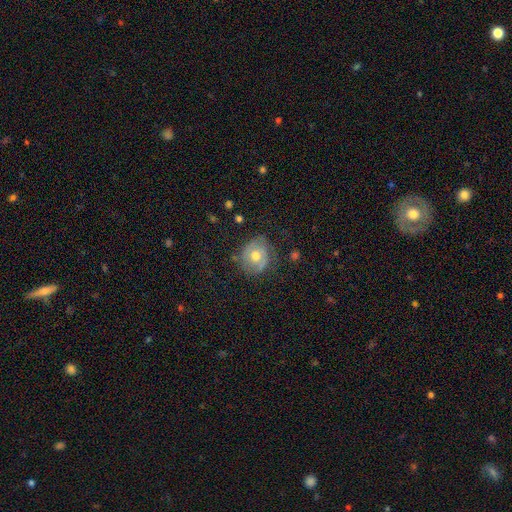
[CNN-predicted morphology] Smooth or featured: smooth — 51% (featured or disk — 39%)
How rounded: round — 73% (in between — 26%)
Merging: none — 64% (minor disturbance — 24%)